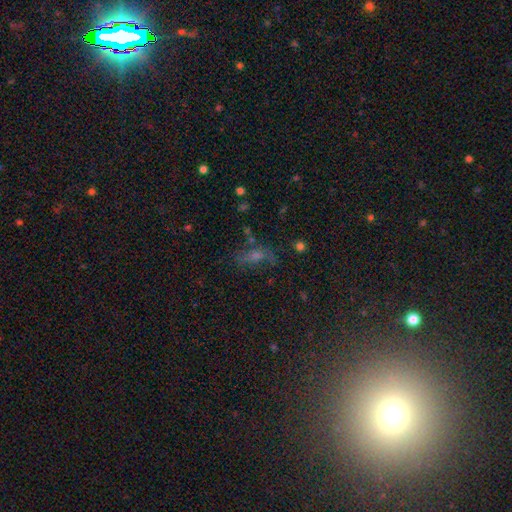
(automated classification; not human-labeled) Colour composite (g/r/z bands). It shows a smooth galaxy with no disk features (37%). Merging: none (54%).